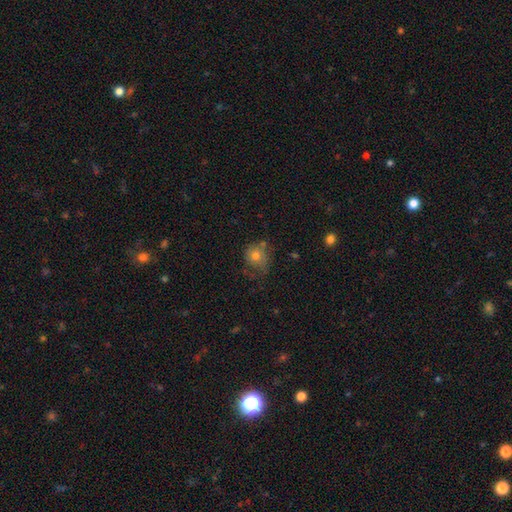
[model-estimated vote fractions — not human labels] Smooth or featured? smooth (69%)
How rounded? round (75%)
Merging? none (50%)